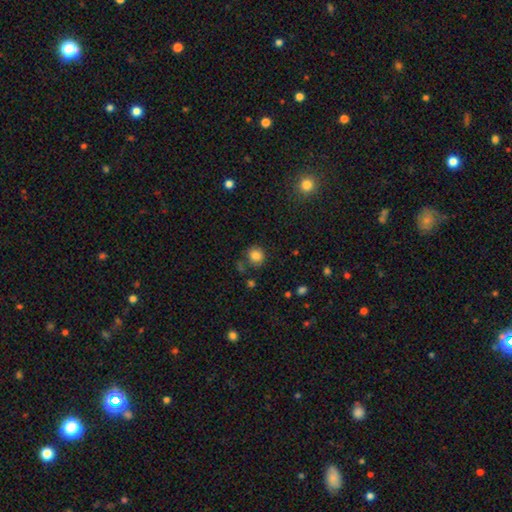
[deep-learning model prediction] This is clearly a smooth galaxy (83%). How rounded: clearly round (84%). Merging: likely none (79%).